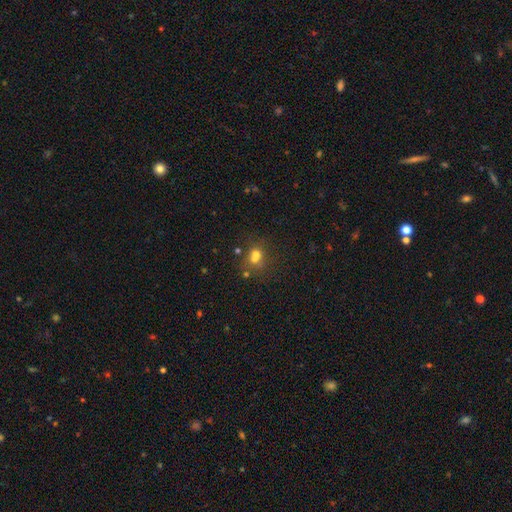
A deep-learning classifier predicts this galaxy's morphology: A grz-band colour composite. It shows a smooth galaxy with no disk features (61%) that is round (72%). Merging: merger (51%).